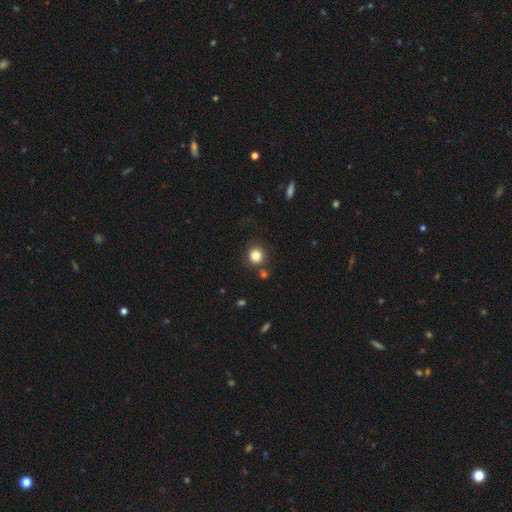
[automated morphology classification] Smooth or featured? Predicted: smooth (p=0.83). How rounded? Predicted: round (p=0.92). Merging? Predicted: none (p=0.83).